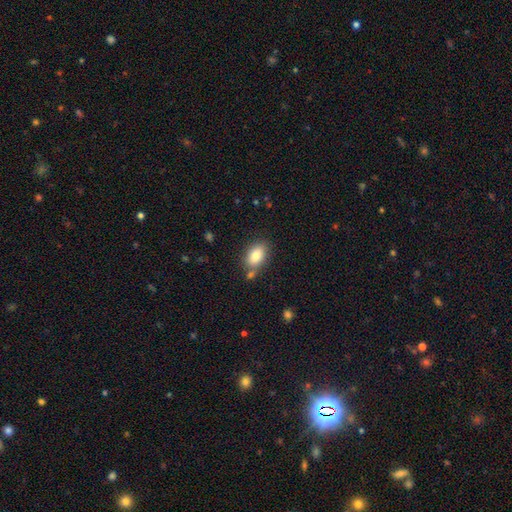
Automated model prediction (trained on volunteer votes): Smooth or featured? smooth (84%)
How rounded? in between (90%)
Merging? none (70%)